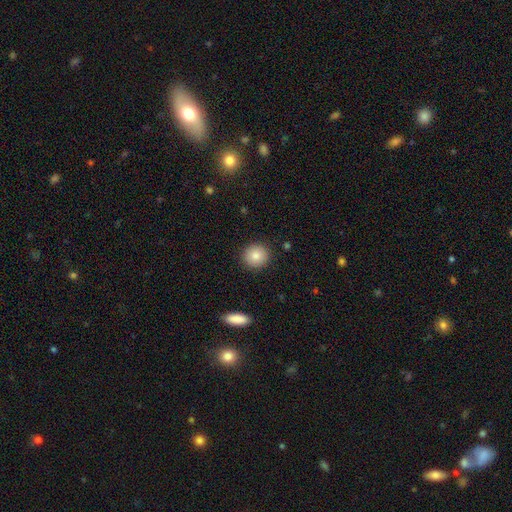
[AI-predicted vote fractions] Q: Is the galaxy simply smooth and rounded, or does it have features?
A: smooth — 84%.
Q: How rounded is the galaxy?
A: round — 89%.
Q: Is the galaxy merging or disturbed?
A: none — 91%.